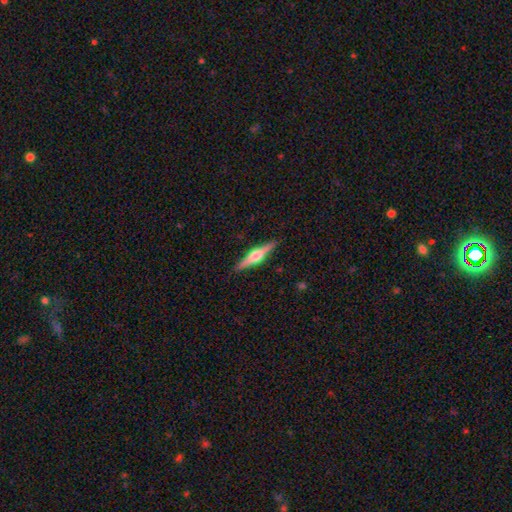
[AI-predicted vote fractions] A featured or disk galaxy (74%) viewed edge-on (98%) with a rounded central bulge (92%).

Vote fractions:
- Smooth or featured? featured or disk: 74% / smooth: 20% / star or artifact: 5%
- Edge-on disk? yes: 98% / no: 2%
- Edge-on bulge? rounded: 92% / boxy: 6% / none: 2%
- Merging? none: 91% / minor disturbance: 7% / major disturbance: 1% / merger: 1%